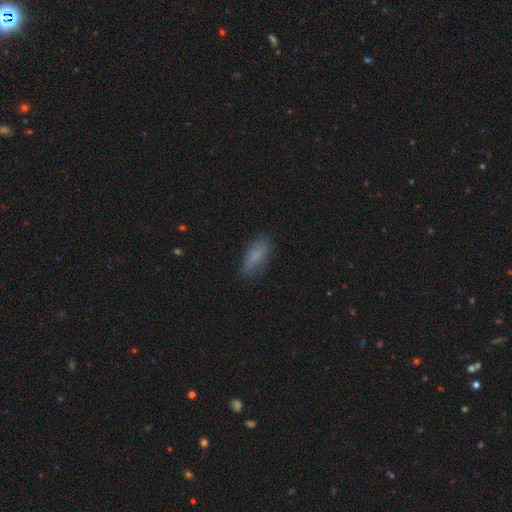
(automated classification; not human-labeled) Smooth or featured? Predicted: smooth (p=0.82). How rounded? Predicted: in between (p=0.72). Merging? Predicted: none (p=0.78).